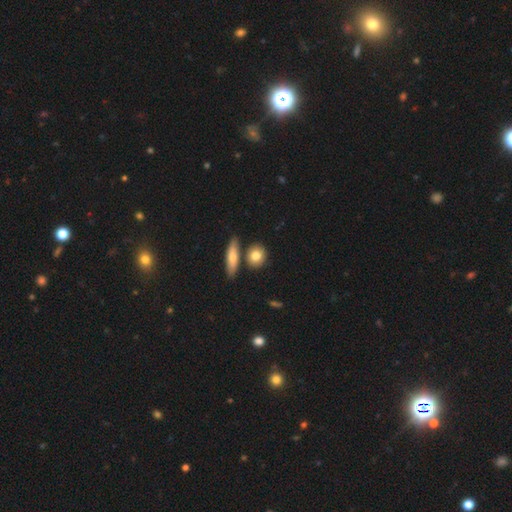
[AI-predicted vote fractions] Smooth or featured? Predicted: smooth (p=0.79). How rounded? Predicted: round (p=0.64). Merging? Predicted: none (p=0.73).